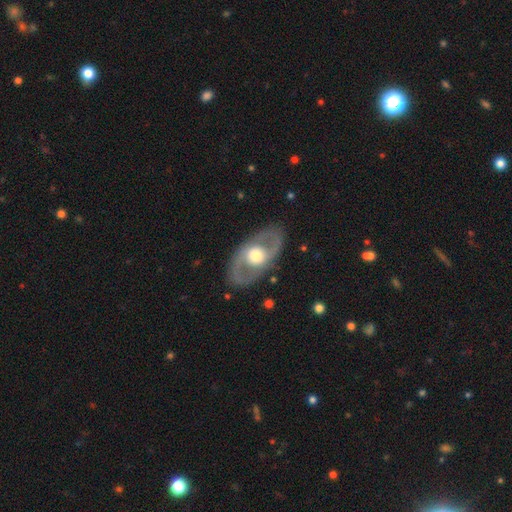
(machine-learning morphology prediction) smooth-or-featured: featured or disk: 70% | smooth: 25% | star or artifact: 5%
  disk-edge-on: no: 89% | yes: 11%
    bar: no: 75% | weak: 18% | strong: 7%
    has-spiral-arms: no: 52% | yes: 48%
    bulge-size: moderate: 55% | large: 35% | small: 7% | dominant: 3% | none: 1%
  merging: none: 84% | minor disturbance: 10% | major disturbance: 5% | merger: 1%